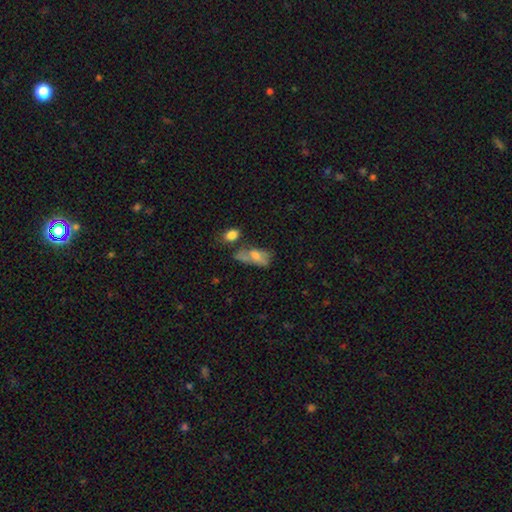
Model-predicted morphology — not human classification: Q: Smooth or featured?
A: smooth (61%); runner-up: featured or disk (28%)
Q: How rounded?
A: in between (84%); runner-up: cigar-shaped (9%)
Q: Merging?
A: none (33%); runner-up: merger (26%)